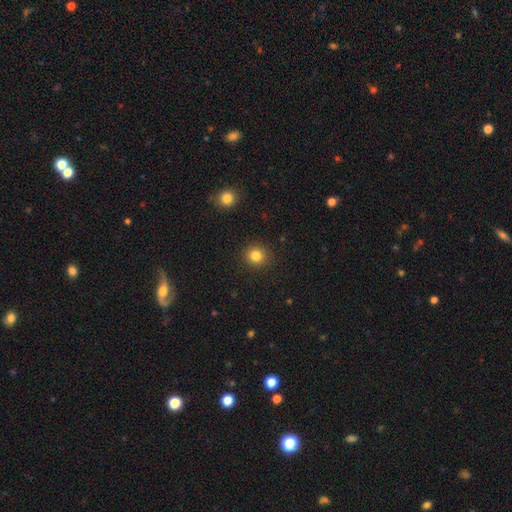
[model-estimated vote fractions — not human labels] This is clearly a smooth galaxy (83%). How rounded: clearly round (91%). Merging: clearly none (91%).